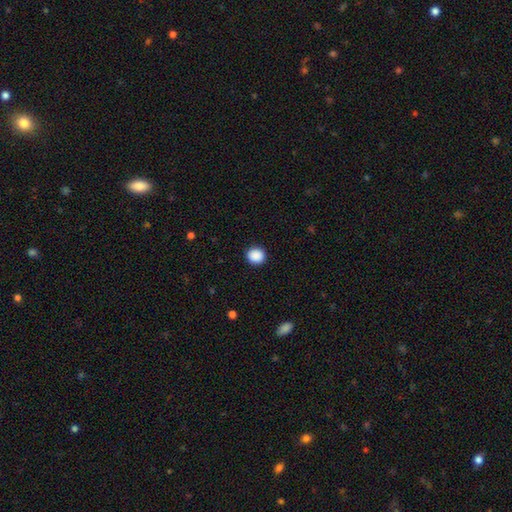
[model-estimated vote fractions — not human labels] smooth 90%, star or artifact 8%, featured or disk 2%. Down the decision tree: how rounded — round (86%); merging — none (92%).